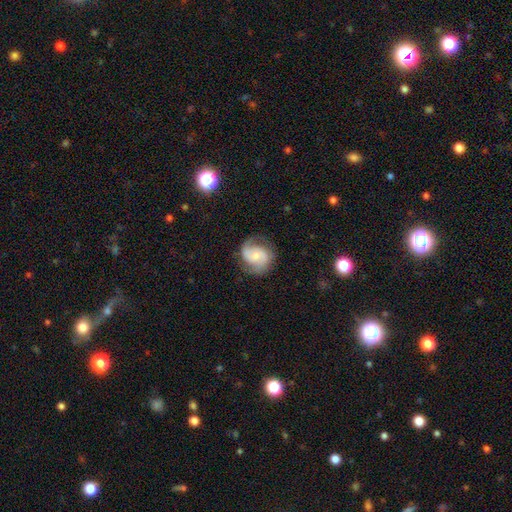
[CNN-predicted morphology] featured or disk 77%, smooth 17%, star or artifact 6%. Down the decision tree: edge-on disk — no (98%); bar — no (57%); spiral arms — yes (96%); spiral arm count — 2 (87%); spiral winding — medium (50%); bulge size — small (53%); merging — none (75%).